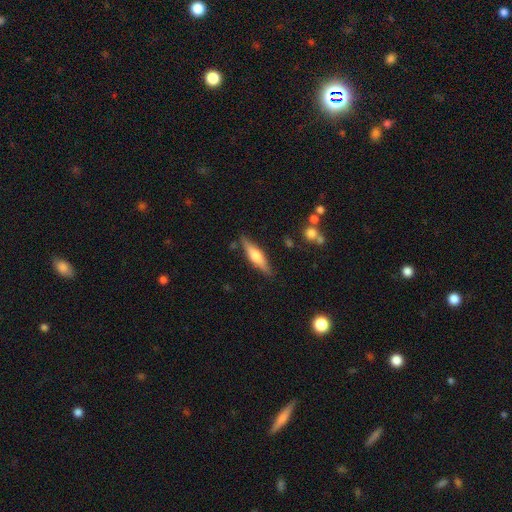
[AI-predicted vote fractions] A featured or disk galaxy (49%).

Vote fractions:
- Smooth or featured? featured or disk: 49% / smooth: 45% / star or artifact: 6%
- Merging? none: 83% / minor disturbance: 12% / major disturbance: 3% / merger: 2%